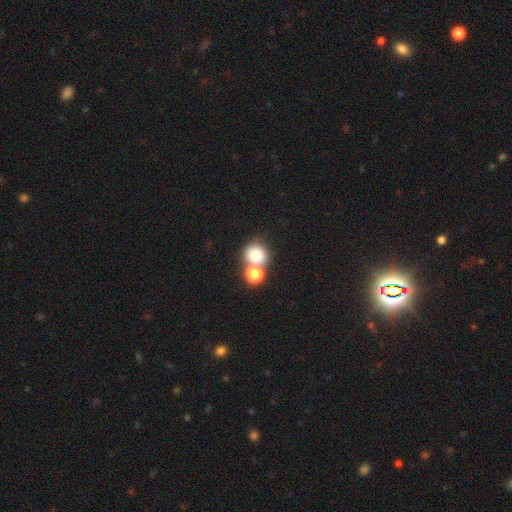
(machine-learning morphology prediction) Smooth or featured? Predicted: smooth (p=0.78). How rounded? Predicted: round (p=0.77). Merging? Predicted: merger (p=0.49).